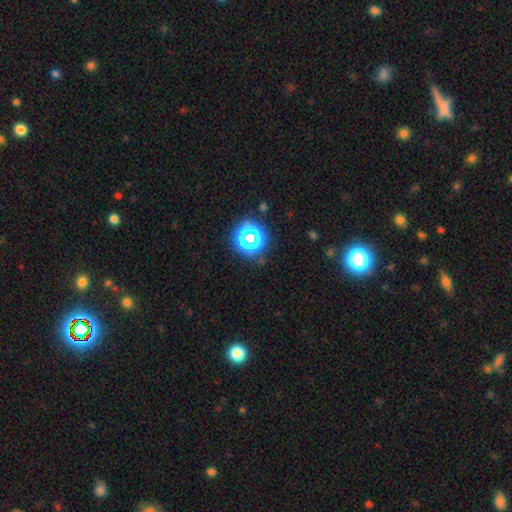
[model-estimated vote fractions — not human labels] smooth-or-featured: star or artifact: 62% | smooth: 31% | featured or disk: 7%